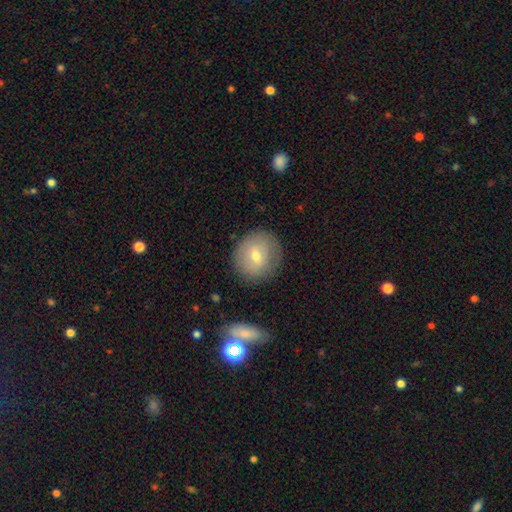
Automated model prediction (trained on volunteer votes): Smooth or featured: smooth — 63% (featured or disk — 29%)
How rounded: round — 81% (in between — 18%)
Merging: none — 82% (minor disturbance — 12%)